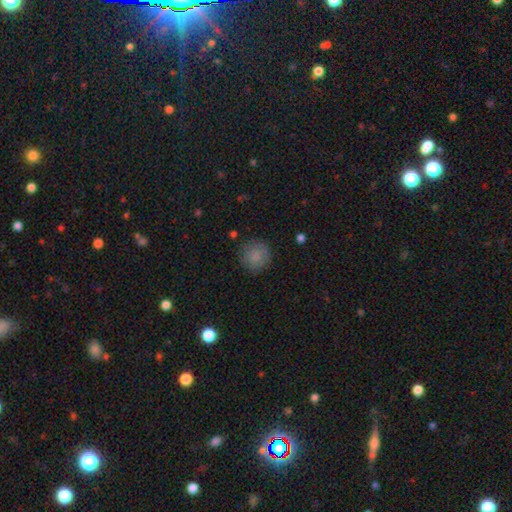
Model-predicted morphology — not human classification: Smooth or featured: smooth — 85% (star or artifact — 9%)
How rounded: round — 93% (in between — 6%)
Merging: none — 83% (minor disturbance — 12%)